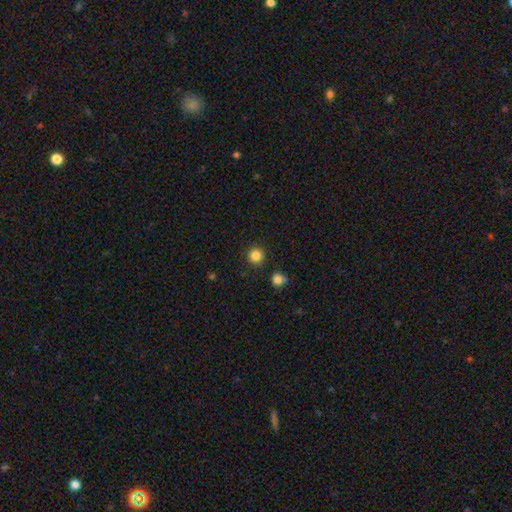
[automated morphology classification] Smooth or featured? smooth (84%)
How rounded? round (95%)
Merging? none (90%)